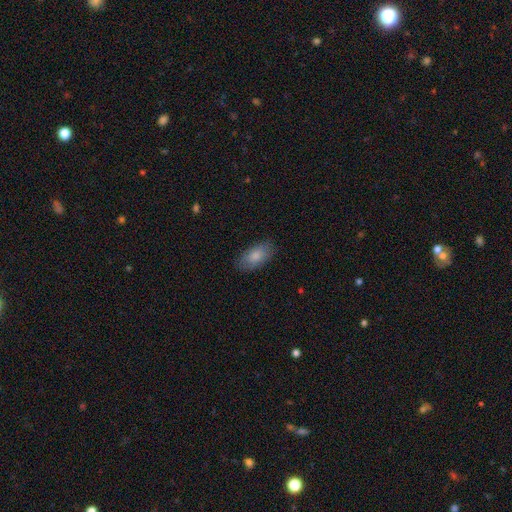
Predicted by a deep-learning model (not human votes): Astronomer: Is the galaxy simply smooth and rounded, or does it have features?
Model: smooth — 82%.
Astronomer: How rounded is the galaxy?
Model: in between — 92%.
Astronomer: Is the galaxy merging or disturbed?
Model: none — 82%.